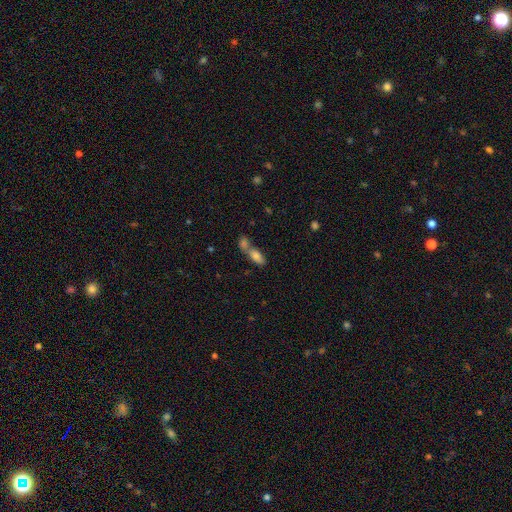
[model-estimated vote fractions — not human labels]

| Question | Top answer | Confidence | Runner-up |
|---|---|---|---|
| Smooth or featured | smooth | 79% | featured or disk (13%) |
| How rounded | in between | 83% | cigar-shaped (12%) |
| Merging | merger | 59% | none (29%) |